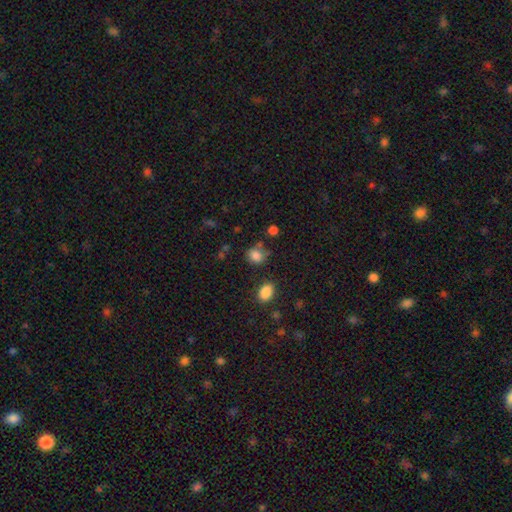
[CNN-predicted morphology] type=smooth (82%); roundness=round (57%); merging=none (65%).